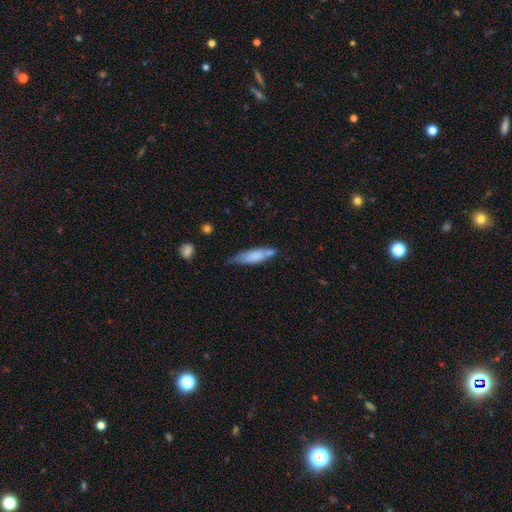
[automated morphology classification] The model was most divided on "merging": none: 47%, minor disturbance: 32%, merger: 12%, major disturbance: 9%. More confident: smooth or featured — smooth (71%); how rounded — cigar-shaped (65%).